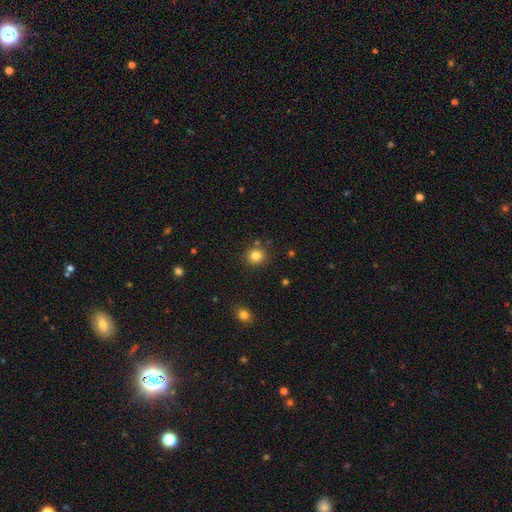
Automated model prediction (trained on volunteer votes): Smooth or featured?
  - smooth: 83% *
  - star or artifact: 12%
  - featured or disk: 5%
How rounded?
  - round: 89% *
  - in between: 10%
  - cigar-shaped: 1%
Merging?
  - none: 85% *
  - minor disturbance: 8%
  - merger: 4%
  - major disturbance: 3%